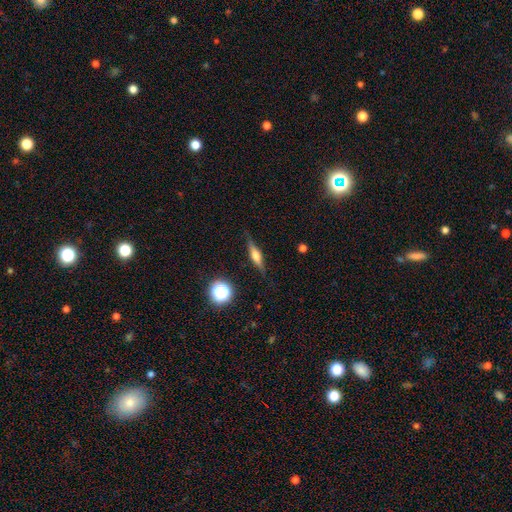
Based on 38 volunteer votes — Volunteers were most divided on "smooth or featured": featured or disk: 74%, smooth: 24%, star or artifact: 3%. More confident: edge-on disk — yes (96%); merging — none (89%); edge-on bulge — rounded (85%).